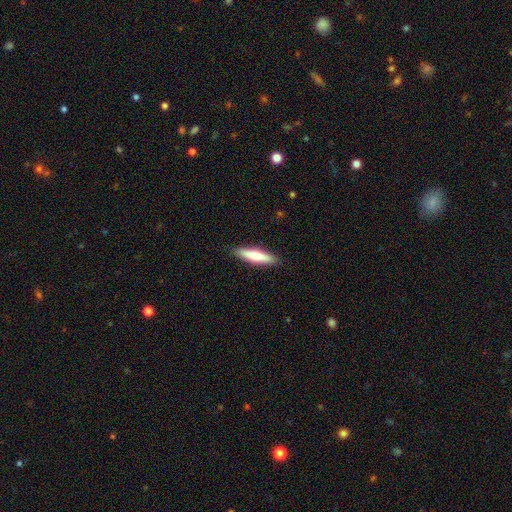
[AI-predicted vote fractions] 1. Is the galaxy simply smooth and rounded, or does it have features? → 69% smooth, 25% featured or disk, 5% star or artifact.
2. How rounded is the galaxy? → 81% cigar-shaped, 18% in between, 1% round.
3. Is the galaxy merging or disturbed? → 90% none, 8% minor disturbance, 2% major disturbance, 1% merger.